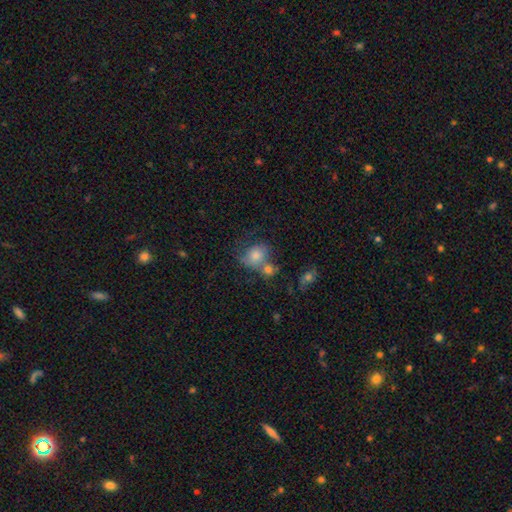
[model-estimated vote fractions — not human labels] smooth 64%, featured or disk 23%, star or artifact 13%. Down the decision tree: how rounded — round (54%); merging — none (37%).